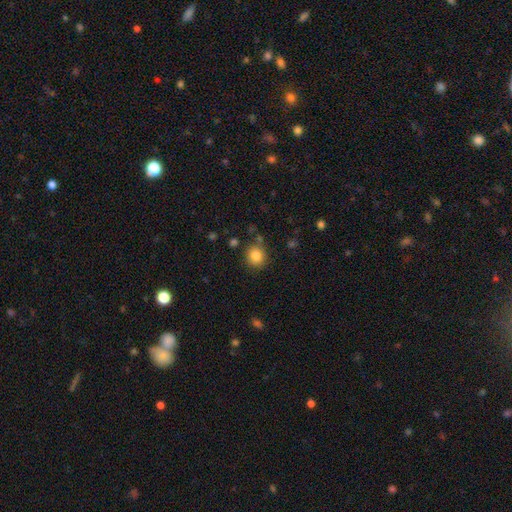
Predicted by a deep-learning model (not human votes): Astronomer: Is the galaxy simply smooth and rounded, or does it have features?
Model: smooth — 84%.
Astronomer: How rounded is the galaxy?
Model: round — 86%.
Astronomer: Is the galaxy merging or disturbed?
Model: none — 82%.